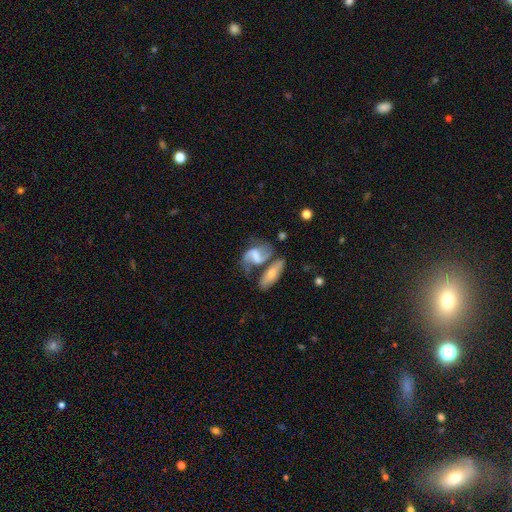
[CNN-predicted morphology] smooth-or-featured: featured or disk: 70% | smooth: 22% | star or artifact: 8%
  disk-edge-on: no: 94% | yes: 6%
    bar: weak: 46% | no: 29% | strong: 25%
    has-spiral-arms: yes: 90% | no: 10%
      spiral-winding: loose: 49% | medium: 40% | tight: 11%
      spiral-arm-count: 2: 84% | can't tell: 6% | 1: 6% | 3: 1% | 4: 1% | more than 4: 1%
    bulge-size: moderate: 31% (tied) | small: 31% (tied) | none: 26% | large: 11% | dominant: 2%
  merging: none: 37% | merger: 35% | minor disturbance: 16% | major disturbance: 12%